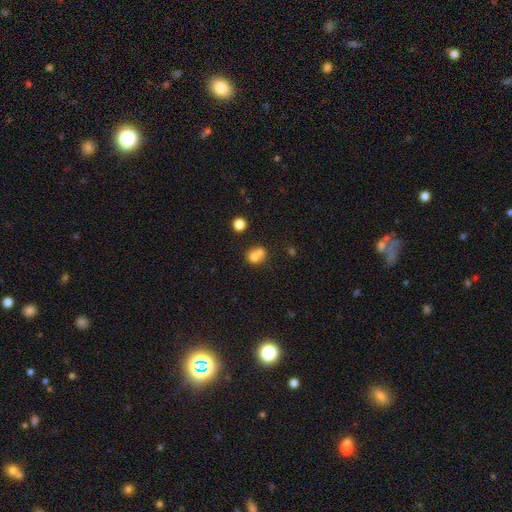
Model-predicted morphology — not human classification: Smooth or featured? smooth (69%)
How rounded? round (68%)
Merging? merger (58%)